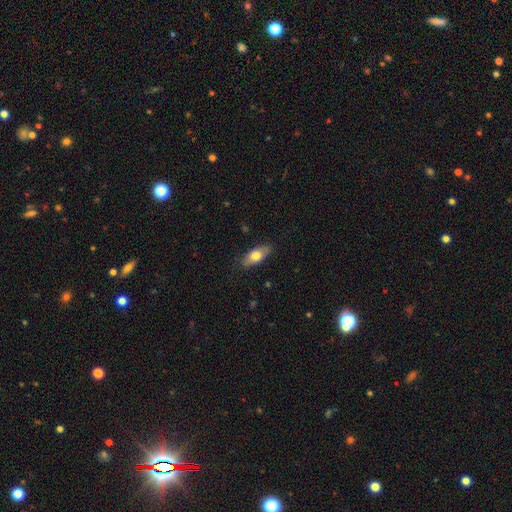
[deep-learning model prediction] smooth-or-featured: smooth: 71% | featured or disk: 23% | star or artifact: 6%
  how-rounded: in between: 82% | cigar-shaped: 15% | round: 3%
  merging: none: 84% | minor disturbance: 13% | major disturbance: 3% | merger: 1%